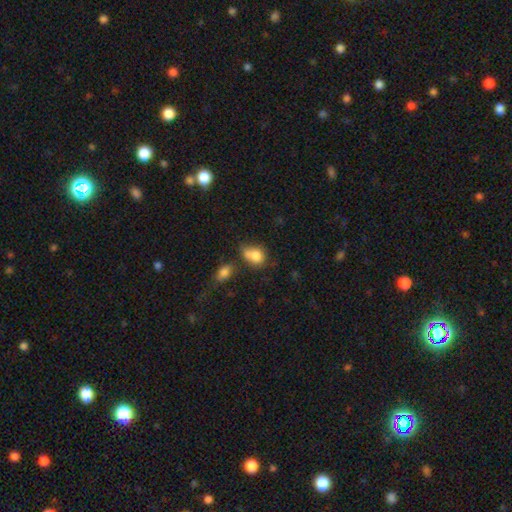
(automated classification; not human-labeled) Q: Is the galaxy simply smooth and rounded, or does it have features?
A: smooth — 78%.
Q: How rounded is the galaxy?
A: in between — 50%.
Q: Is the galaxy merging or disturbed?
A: merger — 35%.